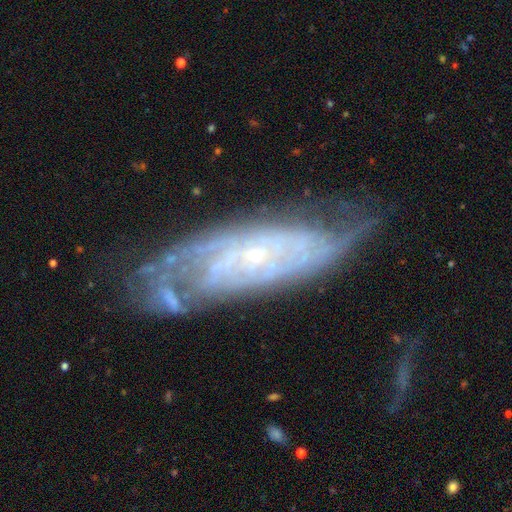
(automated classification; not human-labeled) This appears to be a featured or disk galaxy (83%) with no bar (70%), tight (64%) spiral arms (91%) and a small central bulge (83%). Merging: none (62%).